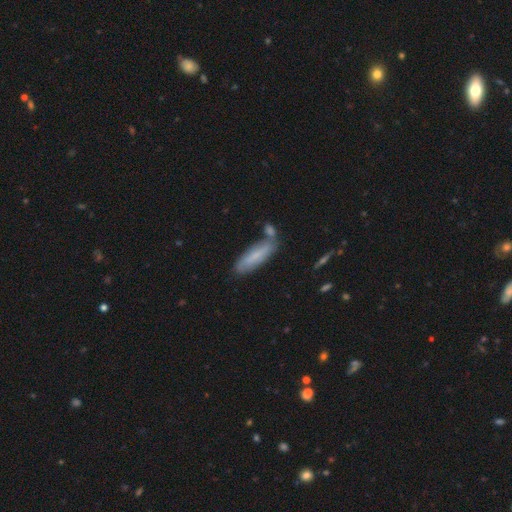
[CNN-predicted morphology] smooth_or_featured: smooth (p=0.64) [alt: featured or disk p=0.29]
how_rounded: cigar-shaped (p=0.57) [alt: in between p=0.41]
merging: none (p=0.62) [alt: minor disturbance p=0.17]